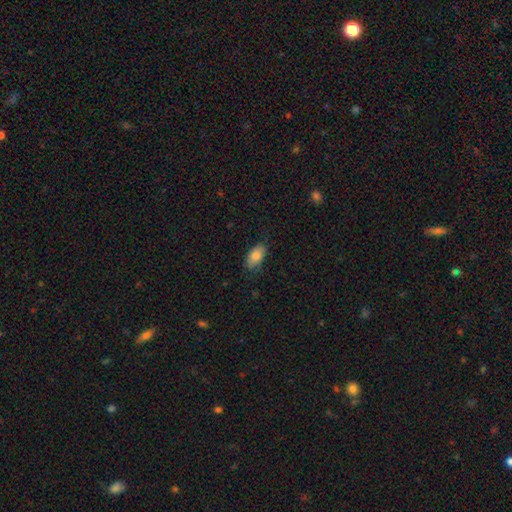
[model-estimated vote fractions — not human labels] A smooth galaxy with no disk features (84%) that is in between round and cigar-shaped (93%). Merging: none (78%).